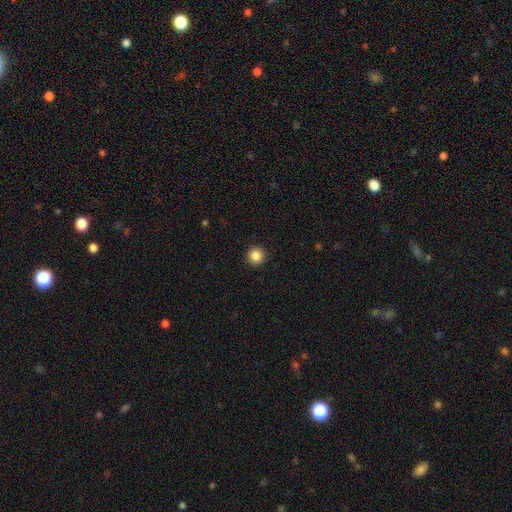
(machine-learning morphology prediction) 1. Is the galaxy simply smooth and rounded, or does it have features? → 87% smooth, 10% star or artifact, 3% featured or disk.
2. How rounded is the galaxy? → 96% round, 4% in between, 1% cigar-shaped.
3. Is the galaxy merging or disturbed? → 93% none, 4% minor disturbance, 2% major disturbance, 1% merger.